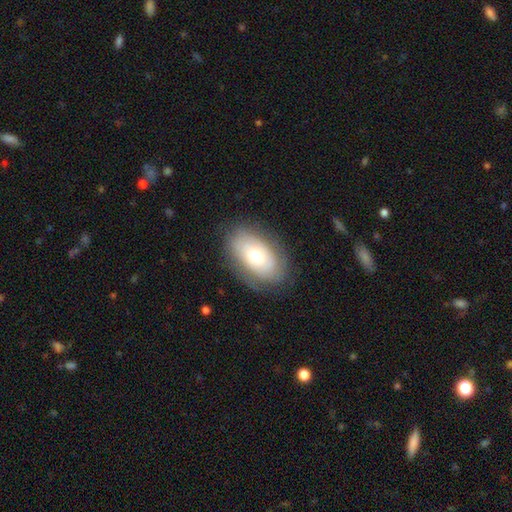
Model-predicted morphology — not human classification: smooth 59%, featured or disk 32%, star or artifact 8%. Down the decision tree: how rounded — in between (90%); merging — none (78%).